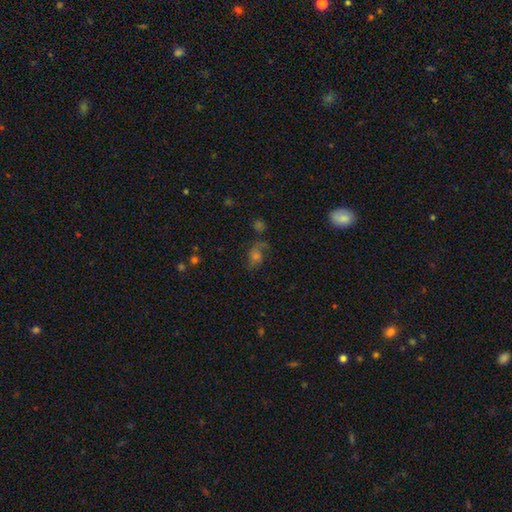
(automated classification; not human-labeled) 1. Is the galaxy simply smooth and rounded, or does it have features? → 46% featured or disk, 29% smooth, 25% star or artifact.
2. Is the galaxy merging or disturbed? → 58% none, 19% minor disturbance, 17% major disturbance, 6% merger.